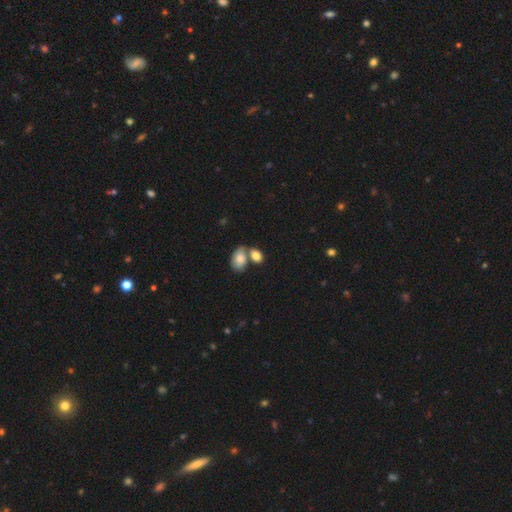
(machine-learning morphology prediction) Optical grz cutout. It shows a smooth galaxy with no disk features (83%) that is in between round and cigar-shaped (81%). Merging: merger (49%).